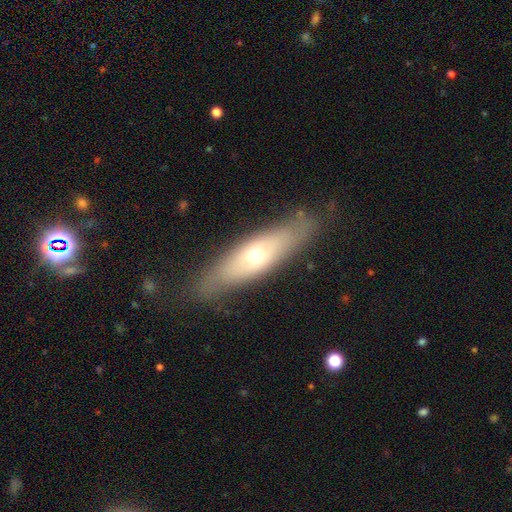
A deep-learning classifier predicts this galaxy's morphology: smooth_or_featured: smooth (p=0.49) [alt: featured or disk p=0.44]
merging: none (p=0.80) [alt: minor disturbance p=0.14]